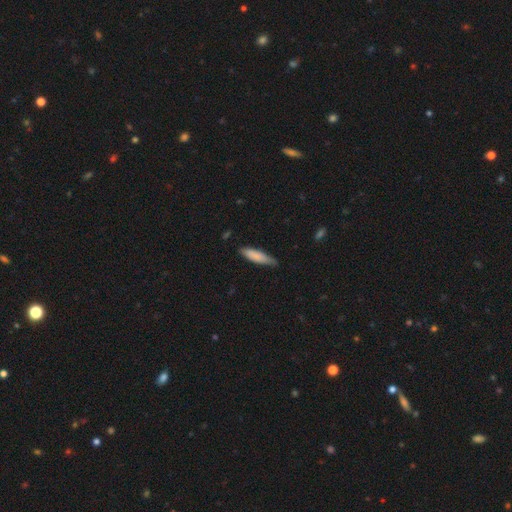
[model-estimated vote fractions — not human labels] A smooth galaxy with no disk features (81%) that is cigar-shaped (71%).

Vote fractions:
- Smooth or featured? smooth: 81% / featured or disk: 13% / star or artifact: 6%
- How rounded? cigar-shaped: 71% / in between: 27% / round: 1%
- Merging? none: 70% / minor disturbance: 25% / major disturbance: 3% / merger: 1%